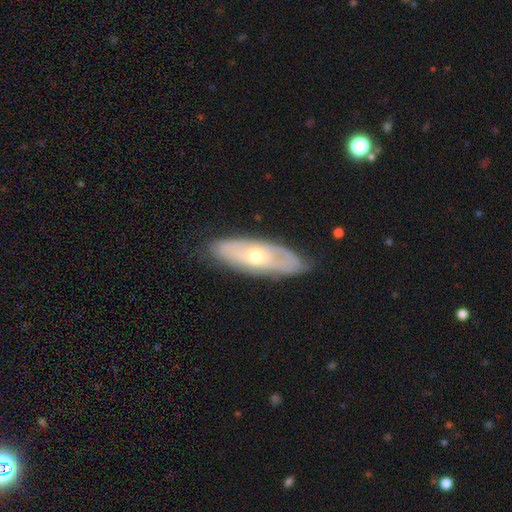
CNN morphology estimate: A featured or disk galaxy (62%). Merging: none (80%).